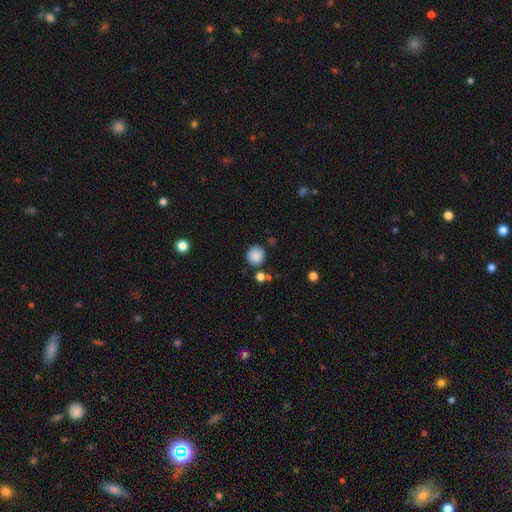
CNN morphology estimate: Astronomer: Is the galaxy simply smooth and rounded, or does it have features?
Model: smooth — 86%.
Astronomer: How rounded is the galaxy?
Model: round — 91%.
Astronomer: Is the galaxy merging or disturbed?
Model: none — 81%.